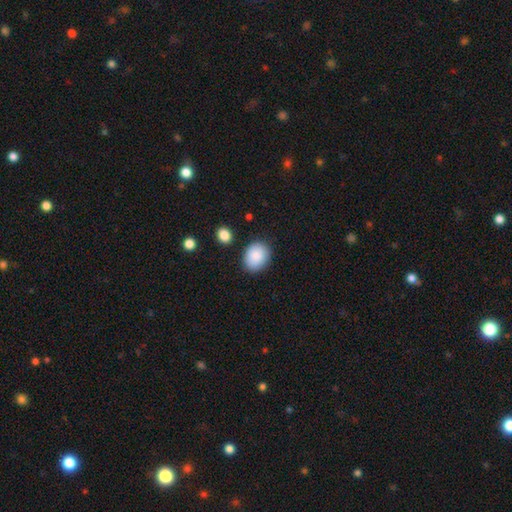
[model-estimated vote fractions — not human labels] smooth_or_featured: smooth (p=0.88) [alt: star or artifact p=0.07]
how_rounded: in between (p=0.53) [alt: round p=0.46]
merging: none (p=0.83) [alt: minor disturbance p=0.11]